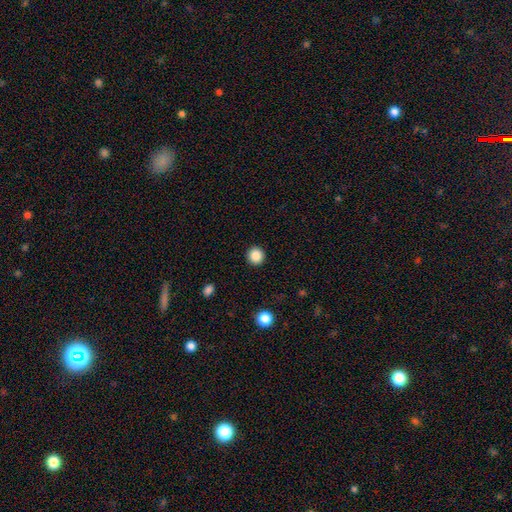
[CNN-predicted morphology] Smooth or featured? smooth (87%)
How rounded? round (94%)
Merging? none (93%)